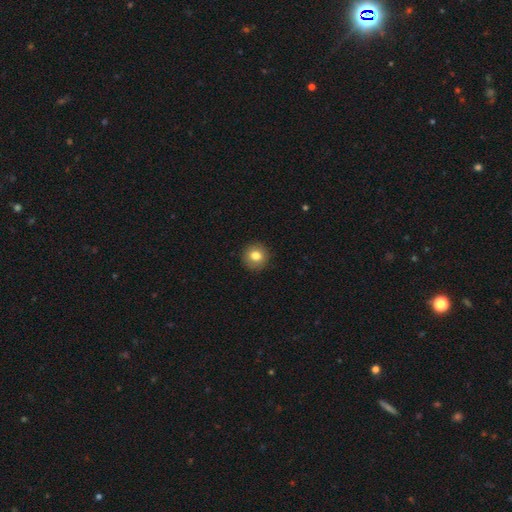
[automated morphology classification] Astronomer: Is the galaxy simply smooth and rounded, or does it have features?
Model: smooth — 81%.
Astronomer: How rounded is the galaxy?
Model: round — 92%.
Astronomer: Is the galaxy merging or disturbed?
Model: none — 92%.